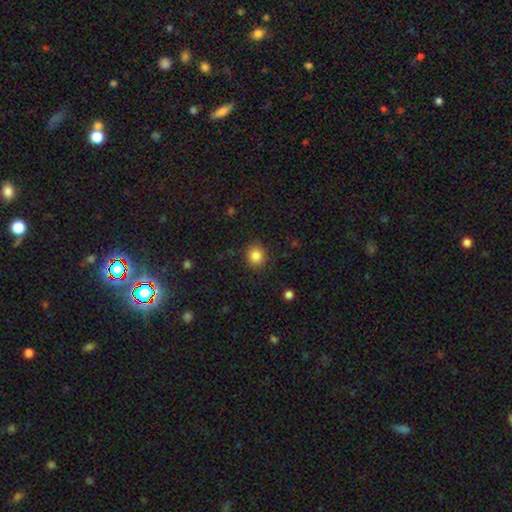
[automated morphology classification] Smooth or featured? smooth (86%)
How rounded? round (83%)
Merging? none (85%)